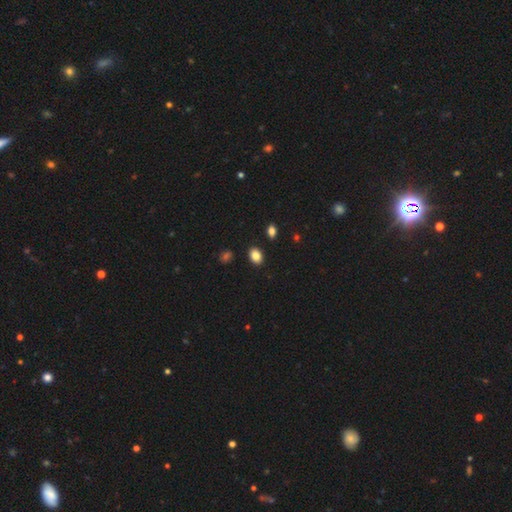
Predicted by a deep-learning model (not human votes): Morphology: type=smooth (85%); roundness=in between (72%); merging=none (87%).